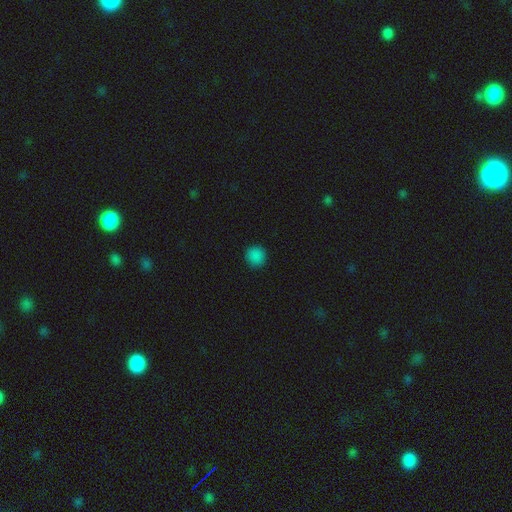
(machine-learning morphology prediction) Q: Smooth or featured?
A: smooth (85%); runner-up: star or artifact (12%)
Q: How rounded?
A: round (94%); runner-up: in between (5%)
Q: Merging?
A: none (91%); runner-up: minor disturbance (6%)